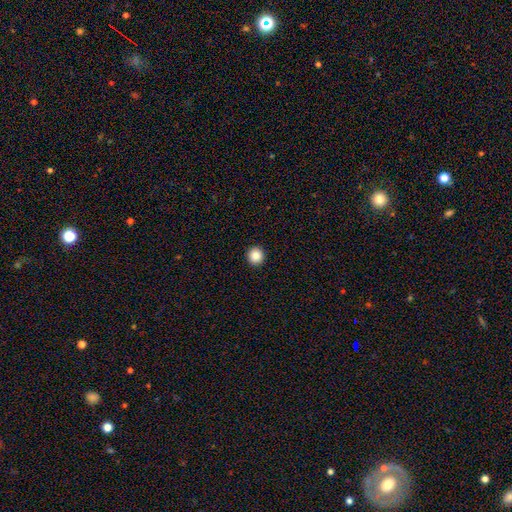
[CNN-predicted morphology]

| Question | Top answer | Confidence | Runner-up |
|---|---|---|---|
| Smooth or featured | smooth | 86% | star or artifact (10%) |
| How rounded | round | 94% | in between (6%) |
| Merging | none | 94% | minor disturbance (4%) |